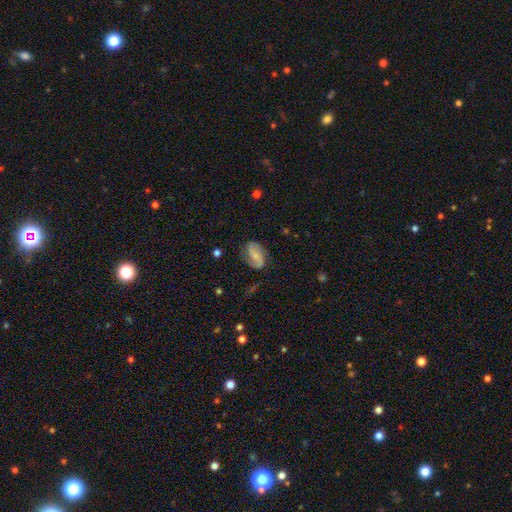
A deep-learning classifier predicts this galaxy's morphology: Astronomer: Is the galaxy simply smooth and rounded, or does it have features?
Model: featured or disk — 62%.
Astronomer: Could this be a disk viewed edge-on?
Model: no — 96%.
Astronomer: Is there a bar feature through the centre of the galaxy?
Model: weak — 38% (runner-up: no, 37%).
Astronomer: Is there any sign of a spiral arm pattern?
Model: yes — 89%.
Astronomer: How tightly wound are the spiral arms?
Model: loose — 47% (runner-up: medium, 36%).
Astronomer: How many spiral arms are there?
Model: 2 — 85%.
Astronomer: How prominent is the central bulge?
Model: small — 57%.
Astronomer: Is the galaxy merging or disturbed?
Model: none — 69%.